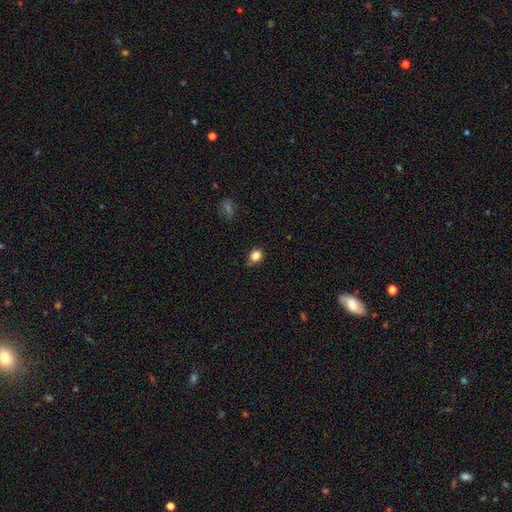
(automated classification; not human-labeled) Overall: smooth (83%). How rounded: round (72%). Merging: none (67%).